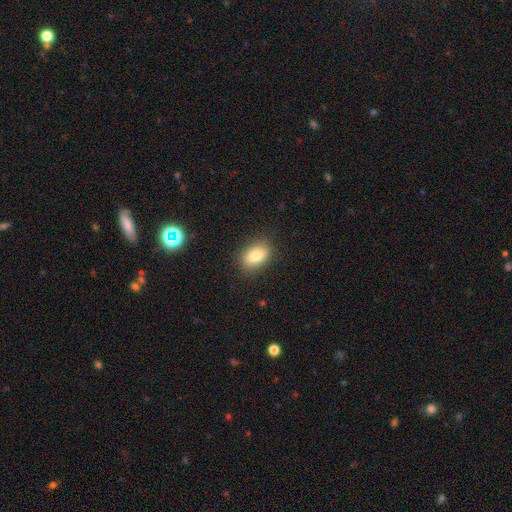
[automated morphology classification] A smooth galaxy with no disk features (77%) that is in between round and cigar-shaped (83%). Merging: none (84%).